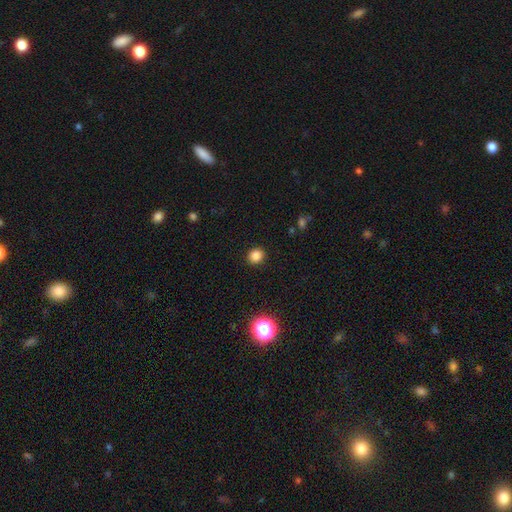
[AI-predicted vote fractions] Smooth or featured: smooth — 84% (star or artifact — 13%)
How rounded: round — 85% (in between — 14%)
Merging: none — 91% (minor disturbance — 5%)